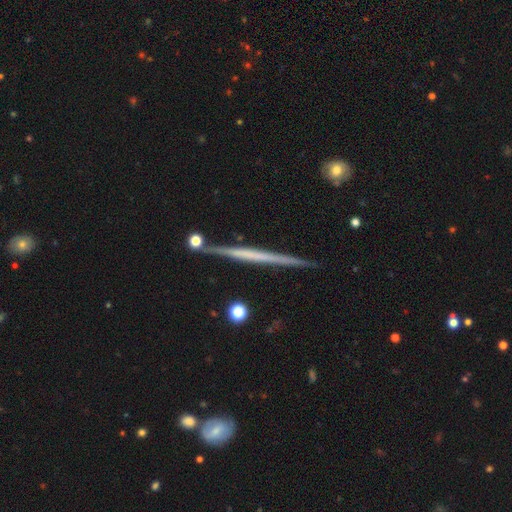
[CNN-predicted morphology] Smooth or featured? Predicted: featured or disk (p=0.70). Edge-on disk? Predicted: yes (p=0.98). Edge-on bulge? Predicted: none (p=0.84). Merging? Predicted: none (p=0.87).